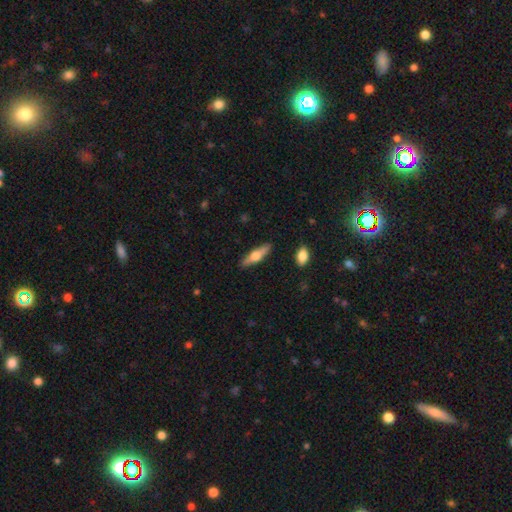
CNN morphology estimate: Overall: featured or disk (49%; smooth 46%). Merging: none (88%).